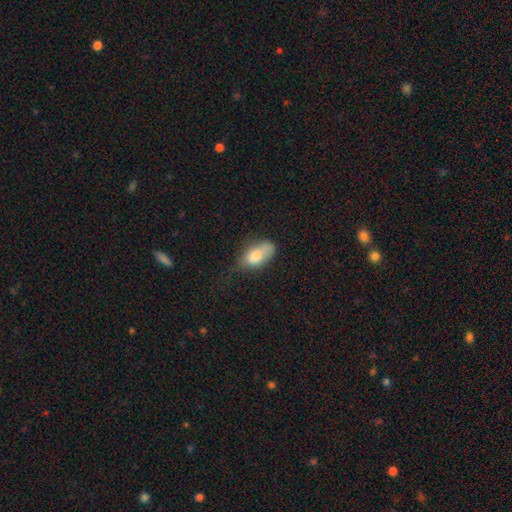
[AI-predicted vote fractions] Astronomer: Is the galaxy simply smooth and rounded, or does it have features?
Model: smooth — 77%.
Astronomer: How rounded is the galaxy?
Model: in between — 91%.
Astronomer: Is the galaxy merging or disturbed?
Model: minor disturbance — 38% (runner-up: none, 35%).